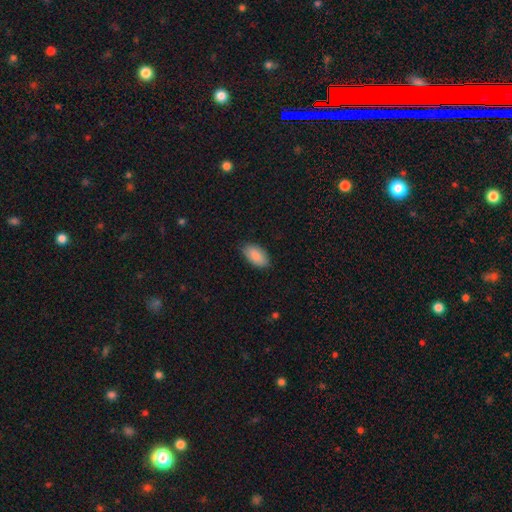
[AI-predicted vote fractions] This is clearly a smooth galaxy (87%). How rounded: clearly in between (94%). Merging: clearly none (84%).